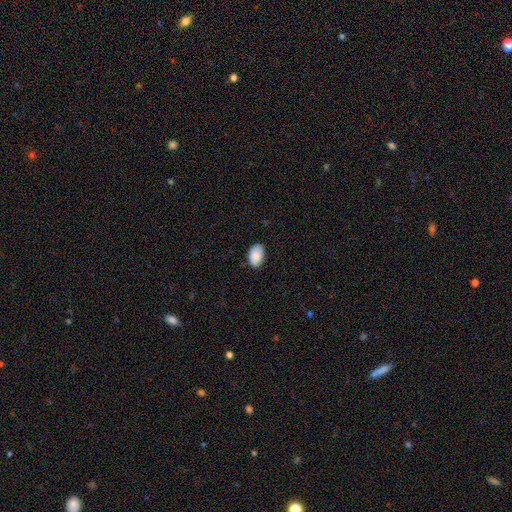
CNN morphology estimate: A smooth galaxy with no disk features (89%) that is in between round and cigar-shaped (92%). Merging: none (83%).